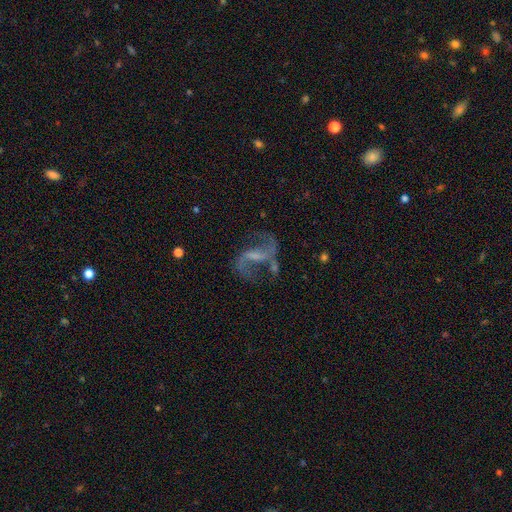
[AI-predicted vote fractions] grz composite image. It shows a featured or disk galaxy (87%) with a weak bar (46%), 2 (92%) loose (67%) spiral arms (95%) and no central bulge (44%). Merging: none (64%).